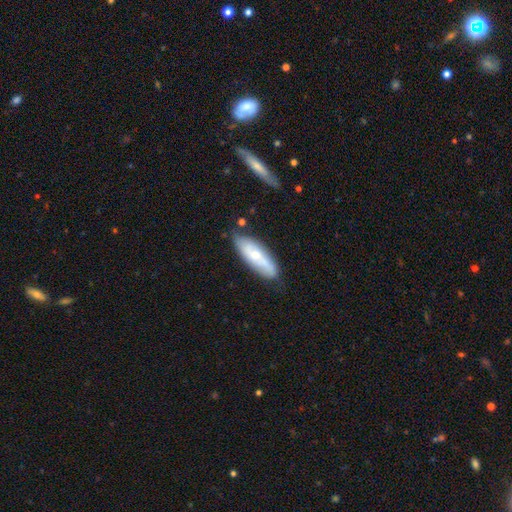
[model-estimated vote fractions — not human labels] smooth 48%, featured or disk 45%, star or artifact 6%. Down the decision tree: merging — none (72%).